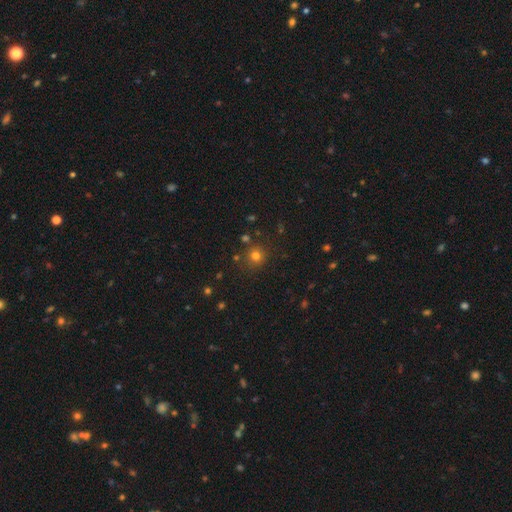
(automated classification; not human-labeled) Smooth or featured? Predicted: smooth (p=0.75). How rounded? Predicted: round (p=0.91). Merging? Predicted: none (p=0.84).